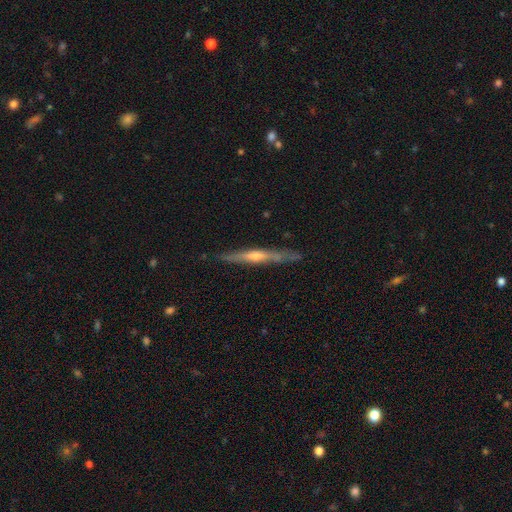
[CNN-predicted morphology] Smooth or featured?
  - featured or disk: 64% *
  - smooth: 30%
  - star or artifact: 6%
Edge-on disk?
  - yes: 94% *
  - no: 6%
Edge-on bulge?
  - rounded: 61% *
  - none: 29%
  - boxy: 9%
Merging?
  - none: 83% *
  - minor disturbance: 13%
  - major disturbance: 2%
  - merger: 2%